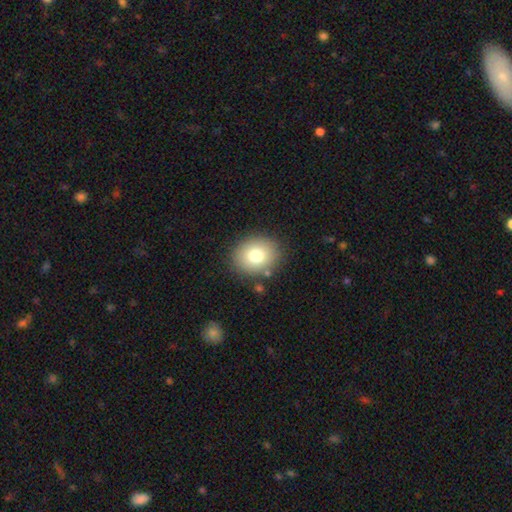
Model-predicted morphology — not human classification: The model was most divided on "how rounded": round: 63%, in between: 36%, cigar-shaped: 1%. More confident: merging — none (85%); smooth or featured — smooth (77%).